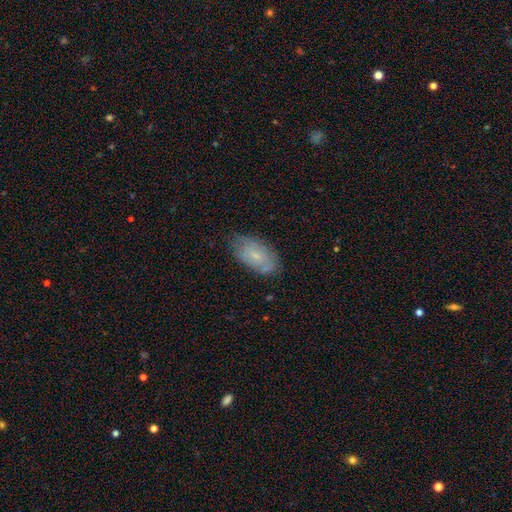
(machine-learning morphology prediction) Q: Smooth or featured?
A: smooth (58%); runner-up: featured or disk (34%)
Q: How rounded?
A: in between (93%); runner-up: round (4%)
Q: Merging?
A: none (70%); runner-up: minor disturbance (24%)